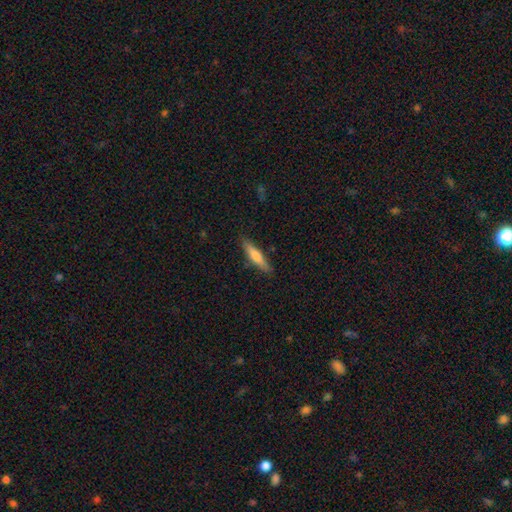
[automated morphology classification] Smooth or featured?
  - smooth: 65% *
  - featured or disk: 29%
  - star or artifact: 6%
How rounded?
  - cigar-shaped: 85% *
  - in between: 13%
  - round: 1%
Merging?
  - none: 87% *
  - minor disturbance: 10%
  - major disturbance: 2%
  - merger: 1%